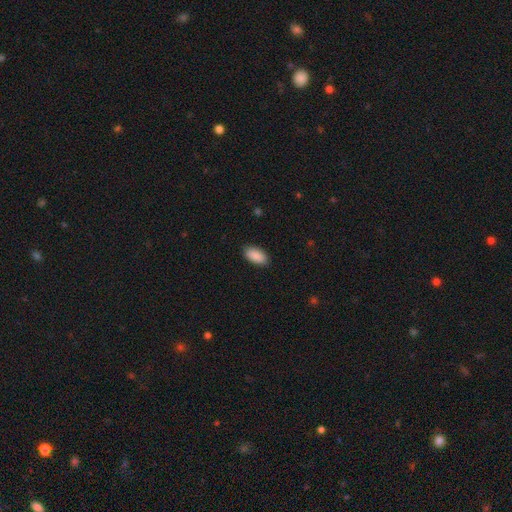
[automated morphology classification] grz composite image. It shows a smooth galaxy with no disk features (90%) that is in between round and cigar-shaped (94%). Merging: none (87%).